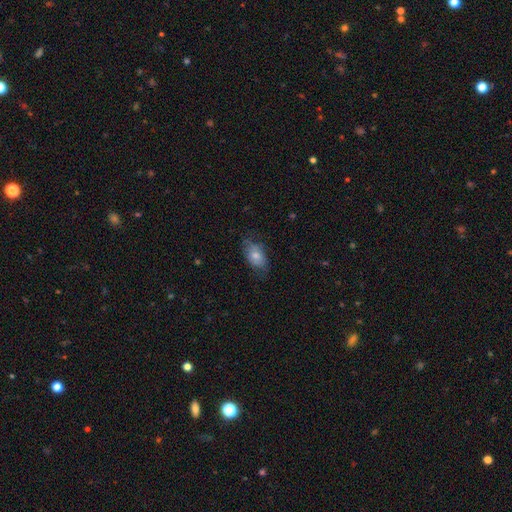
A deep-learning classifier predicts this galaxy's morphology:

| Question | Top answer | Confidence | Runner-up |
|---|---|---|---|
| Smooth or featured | smooth | 70% | featured or disk (23%) |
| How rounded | in between | 89% | round (9%) |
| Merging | none | 60% | minor disturbance (28%) |